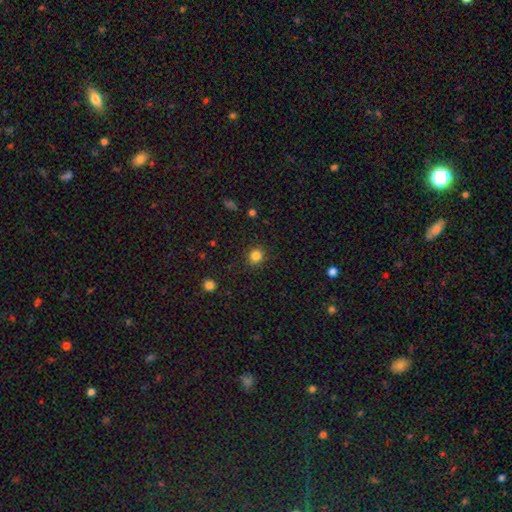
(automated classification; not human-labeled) Smooth or featured?
  - smooth: 83% *
  - star or artifact: 12%
  - featured or disk: 5%
How rounded?
  - round: 79% *
  - in between: 20%
  - cigar-shaped: 1%
Merging?
  - none: 88% *
  - minor disturbance: 9%
  - major disturbance: 3%
  - merger: 1%